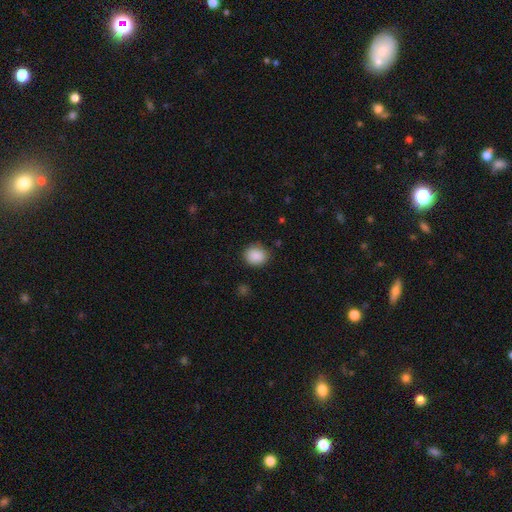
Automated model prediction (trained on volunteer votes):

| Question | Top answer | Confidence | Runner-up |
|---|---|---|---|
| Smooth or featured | smooth | 89% | star or artifact (8%) |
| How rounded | round | 69% | in between (30%) |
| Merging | none | 84% | minor disturbance (12%) |